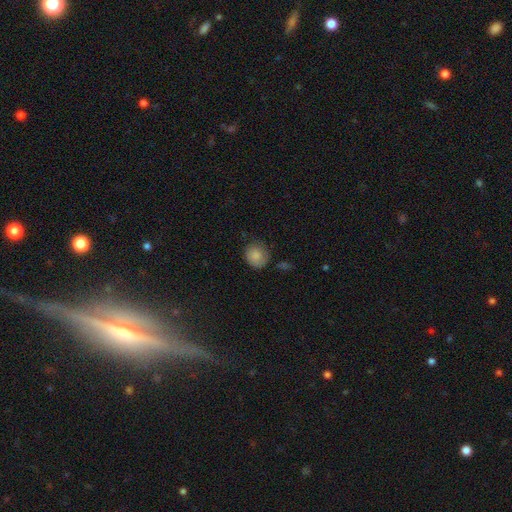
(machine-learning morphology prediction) smooth-or-featured: smooth: 85% | star or artifact: 8% | featured or disk: 7%
  how-rounded: round: 81% | in between: 18% | cigar-shaped: 1%
  merging: none: 70% | minor disturbance: 22% | major disturbance: 5% | merger: 3%